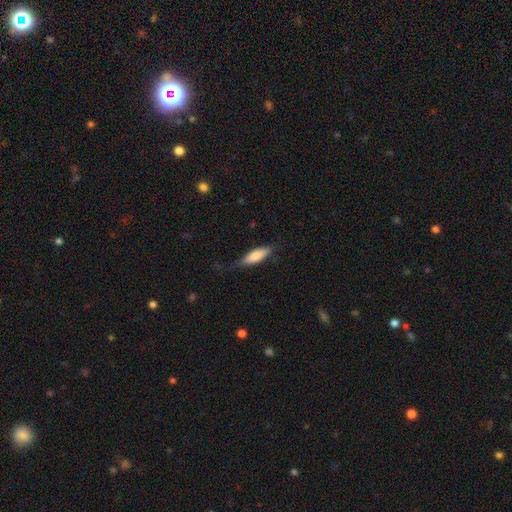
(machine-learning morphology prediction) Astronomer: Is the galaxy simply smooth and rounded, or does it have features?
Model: smooth — 76%.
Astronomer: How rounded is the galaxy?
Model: in between — 52% (runner-up: cigar-shaped, 46%).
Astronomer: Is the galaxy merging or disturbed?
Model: none — 66%.